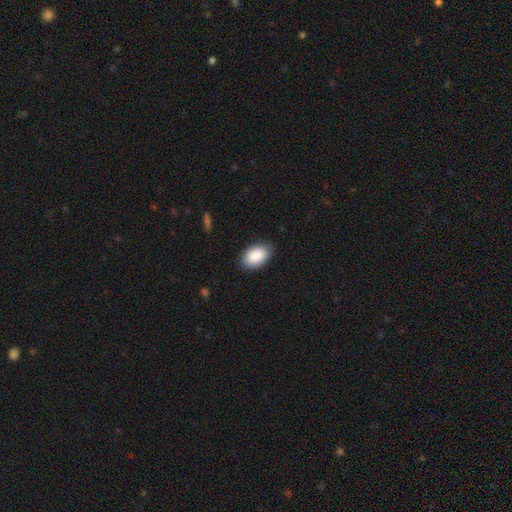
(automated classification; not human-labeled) smooth_or_featured: smooth (p=0.89) [alt: star or artifact p=0.06]
how_rounded: in between (p=0.93) [alt: round p=0.06]
merging: none (p=0.86) [alt: minor disturbance p=0.11]